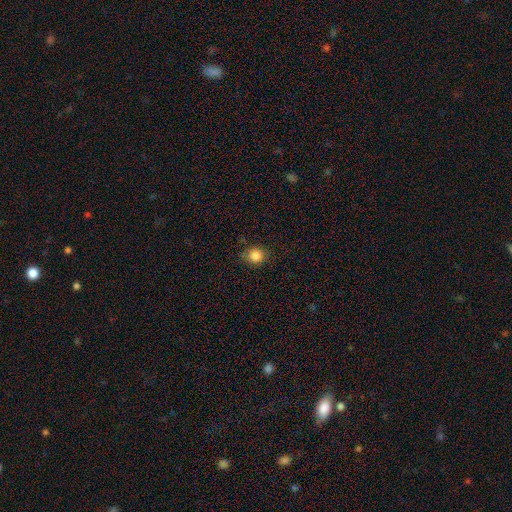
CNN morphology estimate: A smooth galaxy with no disk features (85%) that is round (82%).

Vote fractions:
- Smooth or featured? smooth: 85% / star or artifact: 11% / featured or disk: 5%
- How rounded? round: 82% / in between: 17% / cigar-shaped: 1%
- Merging? none: 80% / minor disturbance: 15% / major disturbance: 4% / merger: 1%